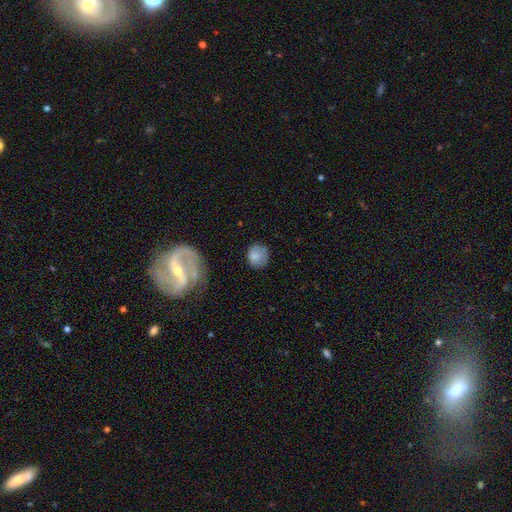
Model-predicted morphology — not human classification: Smooth or featured?
  - smooth: 79% *
  - featured or disk: 13%
  - star or artifact: 8%
How rounded?
  - round: 79% *
  - in between: 19%
  - cigar-shaped: 1%
Merging?
  - none: 71% *
  - minor disturbance: 20%
  - major disturbance: 7%
  - merger: 3%